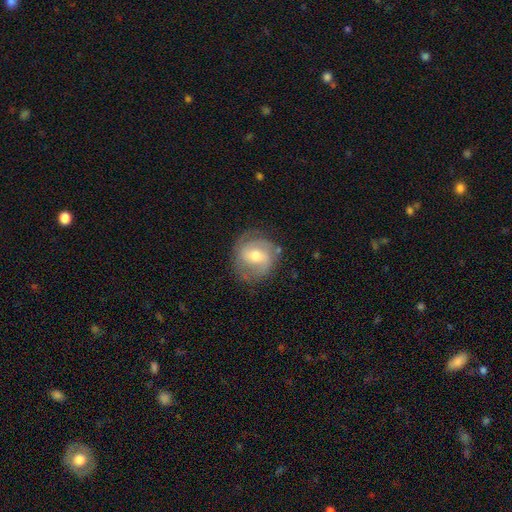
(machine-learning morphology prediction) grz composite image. It shows a featured or disk galaxy (67%) with a weak bar (49%), 2 (63%) medium (43%) spiral arms (84%) and a moderate central bulge (68%). Merging: none (74%).